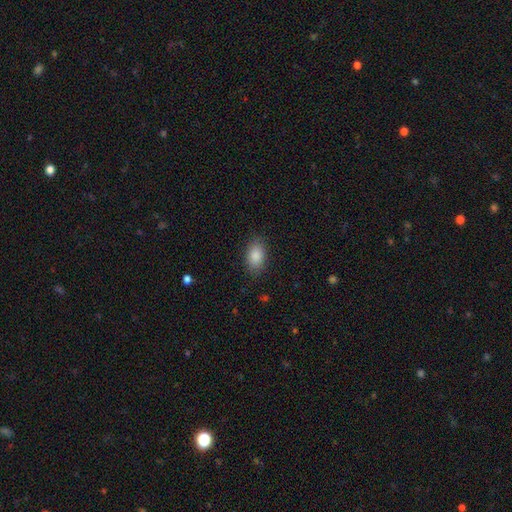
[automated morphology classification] smooth_or_featured: smooth (p=0.88) [alt: star or artifact p=0.07]
how_rounded: in between (p=0.89) [alt: round p=0.10]
merging: none (p=0.84) [alt: minor disturbance p=0.12]